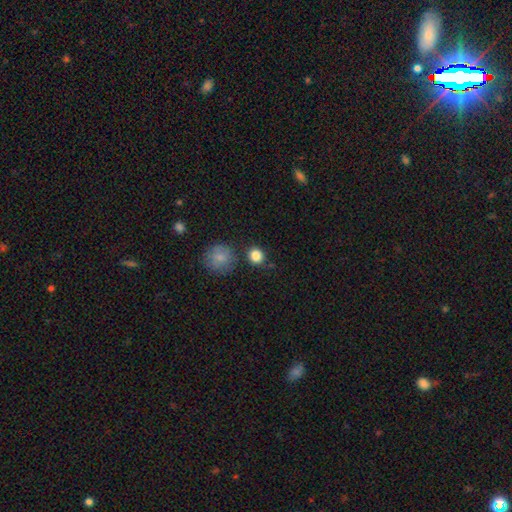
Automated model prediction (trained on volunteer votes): Overall: smooth (85%). How rounded: round (85%). Merging: none (81%).